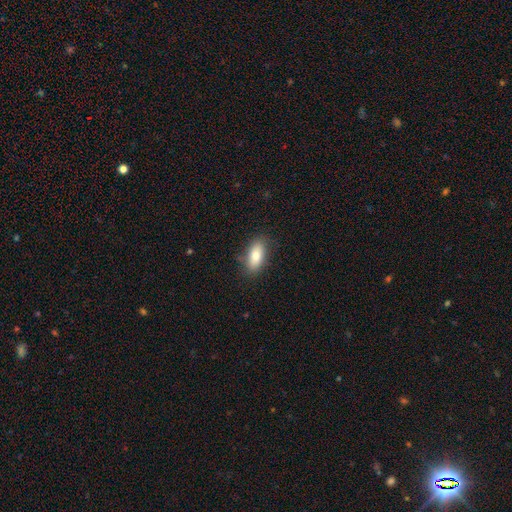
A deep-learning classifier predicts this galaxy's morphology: smooth 80%, featured or disk 13%, star or artifact 7%. Down the decision tree: how rounded — in between (87%); merging — none (83%).